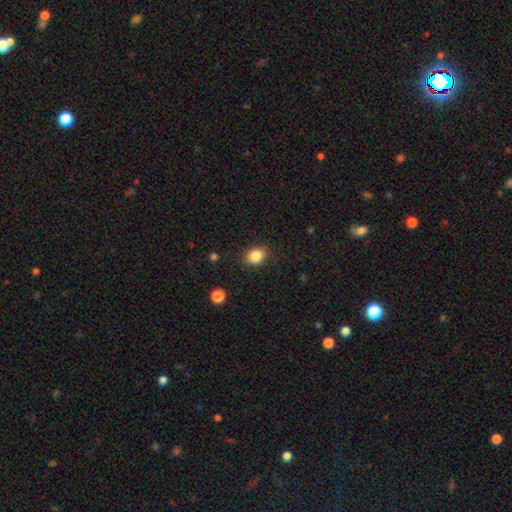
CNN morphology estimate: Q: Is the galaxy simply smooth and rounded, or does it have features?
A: smooth — 85%.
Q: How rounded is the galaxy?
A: in between — 53%.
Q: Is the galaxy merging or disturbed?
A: none — 85%.